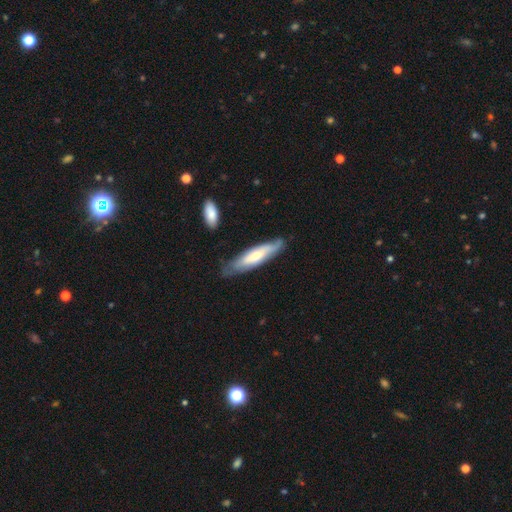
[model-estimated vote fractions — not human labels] This is possibly a smooth galaxy (51%). How rounded: likely cigar-shaped (68%). Merging: likely none (70%).